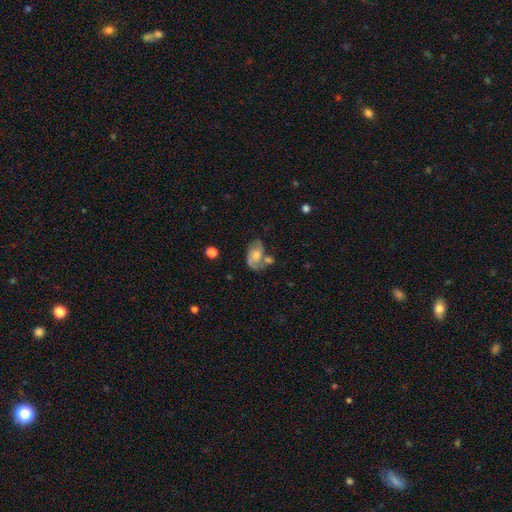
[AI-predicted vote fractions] A featured or disk galaxy (64%) with no bar (68%), 2 (79%) medium (48%) spiral arms (84%) and a moderate central bulge (55%). Merging: none (42%).